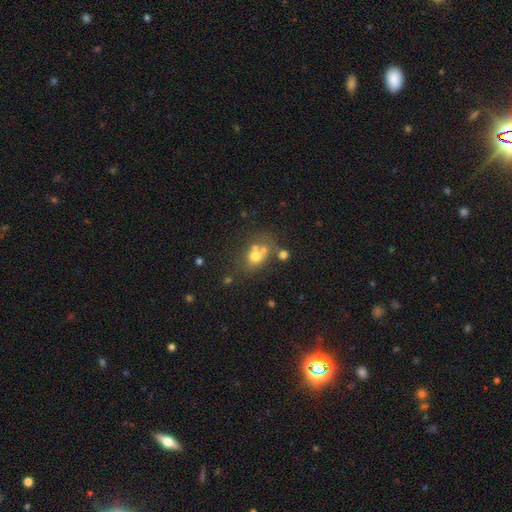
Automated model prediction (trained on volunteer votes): Smooth or featured?
  - smooth: 63% *
  - featured or disk: 21%
  - star or artifact: 16%
How rounded?
  - round: 61% *
  - in between: 38%
  - cigar-shaped: 1%
Merging?
  - none: 44% *
  - merger: 37%
  - minor disturbance: 12%
  - major disturbance: 8%